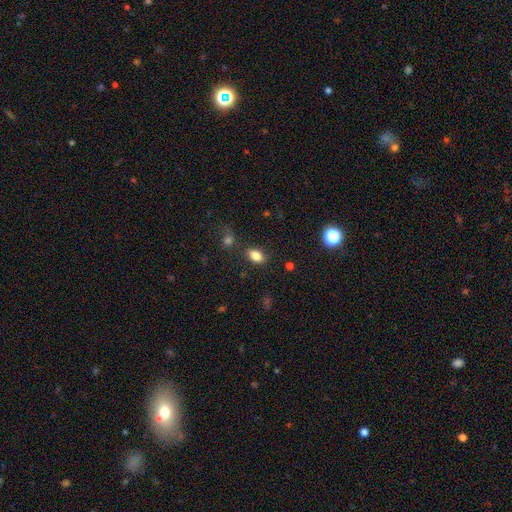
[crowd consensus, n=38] A smooth galaxy with no disk features (84%) that is in between round and cigar-shaped (94%).

Vote fractions:
- Smooth or featured? smooth: 84% / featured or disk: 11% / star or artifact: 5%
- How rounded? in between: 94% / cigar-shaped: 6% / round: 0%
- Merging? none: 83% / minor disturbance: 8% / merger: 6% / major disturbance: 3%